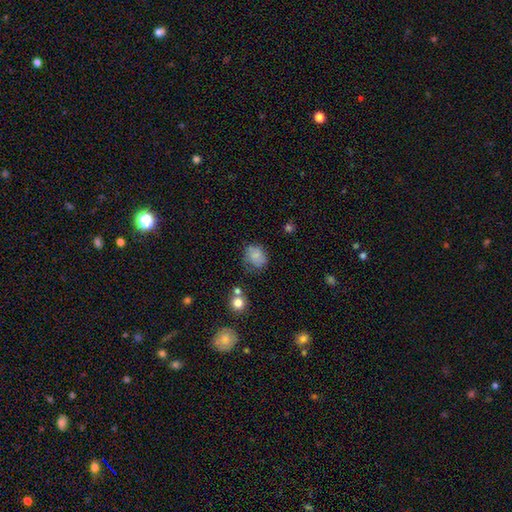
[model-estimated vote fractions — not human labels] The model was most divided on "how rounded": round: 60%, in between: 39%, cigar-shaped: 1%. More confident: smooth or featured — smooth (77%); merging — none (60%).